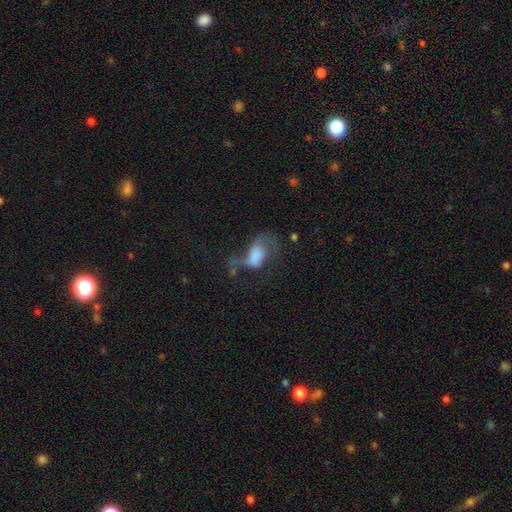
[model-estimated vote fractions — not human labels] Smooth or featured? smooth (47%)
Merging? major disturbance (57%)